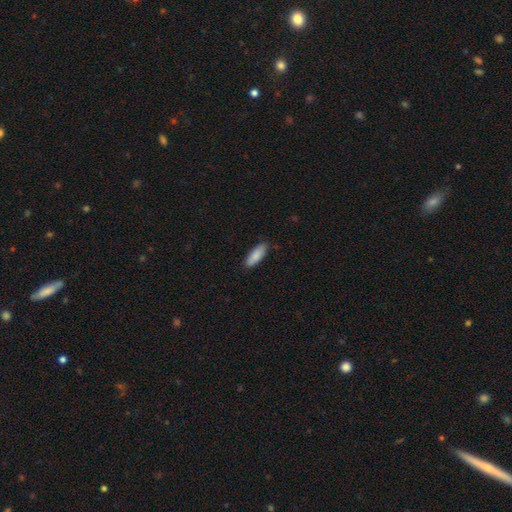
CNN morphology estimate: Overall: smooth (87%). How rounded: in between (65%; cigar-shaped 34%). Merging: none (86%).